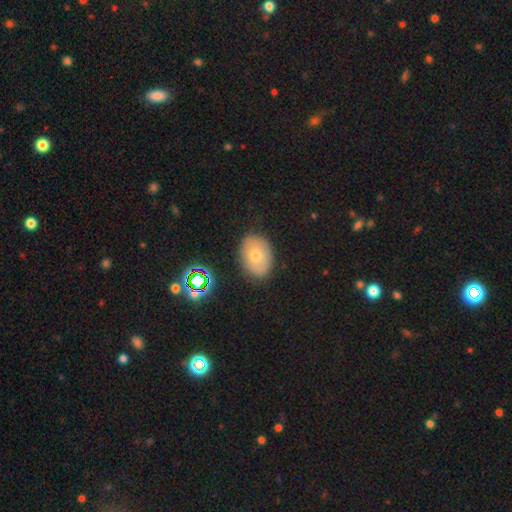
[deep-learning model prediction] Smooth or featured?
  - smooth: 66% *
  - featured or disk: 22%
  - star or artifact: 12%
How rounded?
  - in between: 75% *
  - round: 24%
  - cigar-shaped: 1%
Merging?
  - none: 84% *
  - minor disturbance: 11%
  - major disturbance: 3%
  - merger: 2%